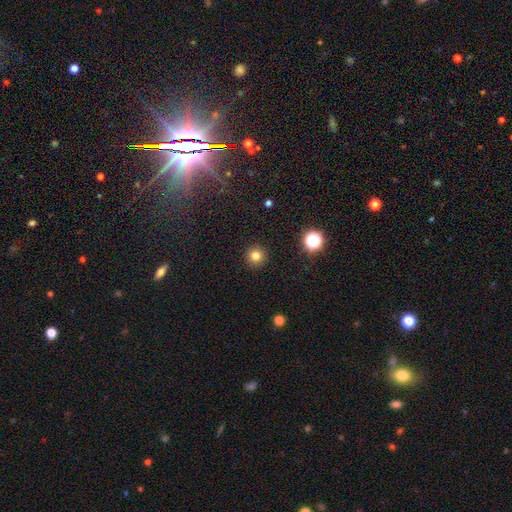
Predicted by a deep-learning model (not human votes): The model was most divided on "smooth or featured": smooth: 79%, star or artifact: 15%, featured or disk: 6%. More confident: how rounded — round (96%); merging — none (93%).